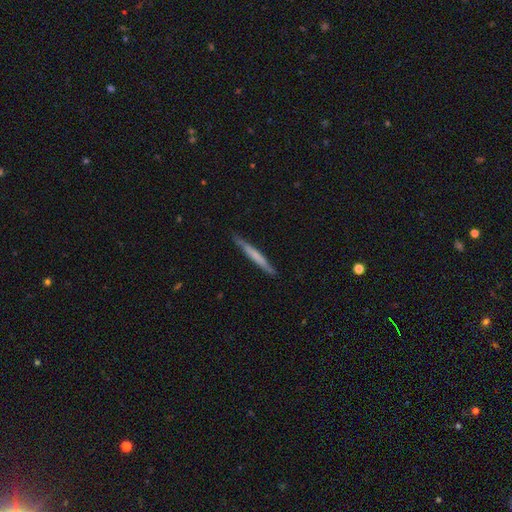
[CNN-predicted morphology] This is possibly a smooth galaxy (55%). How rounded: clearly cigar-shaped (96%). Merging: clearly none (85%).